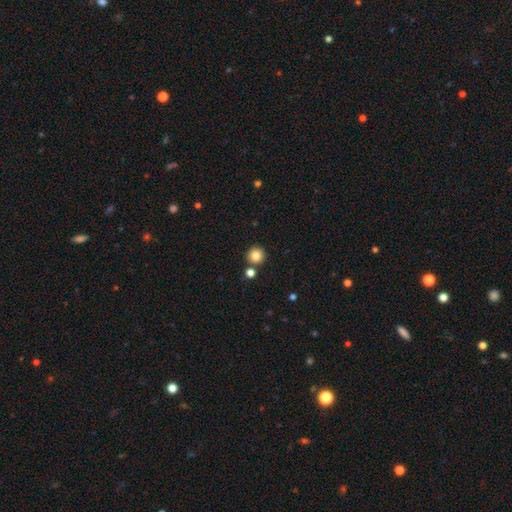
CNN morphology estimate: Smooth or featured?
  - smooth: 84% *
  - star or artifact: 11%
  - featured or disk: 6%
How rounded?
  - round: 95% *
  - in between: 4%
  - cigar-shaped: 1%
Merging?
  - none: 83% *
  - merger: 9%
  - minor disturbance: 6%
  - major disturbance: 2%